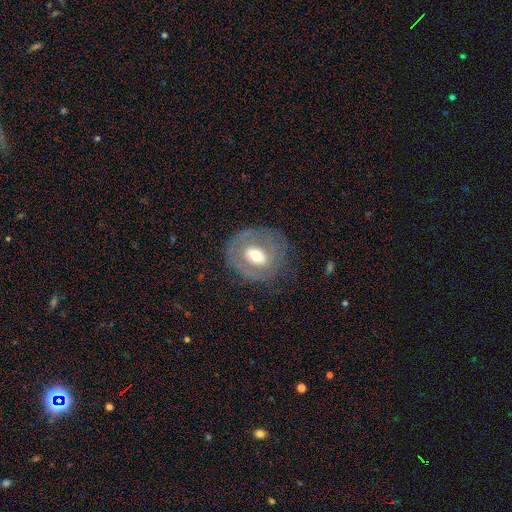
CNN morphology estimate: This is possibly a featured or disk galaxy (54%). It is clearly not viewed edge-on (93%). Merging: likely none (68%).